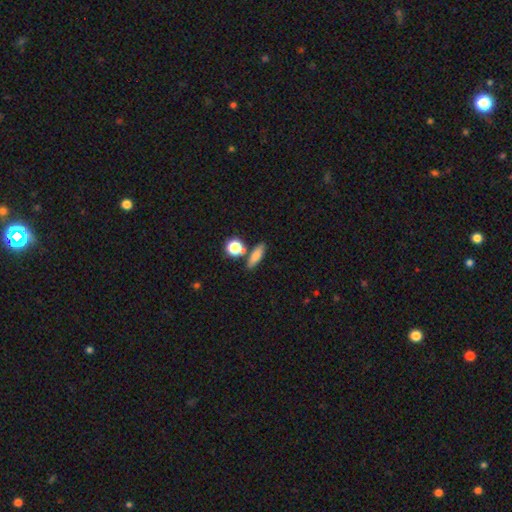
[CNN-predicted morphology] Smooth or featured? smooth (74%)
How rounded? in between (45%)
Merging? none (73%)